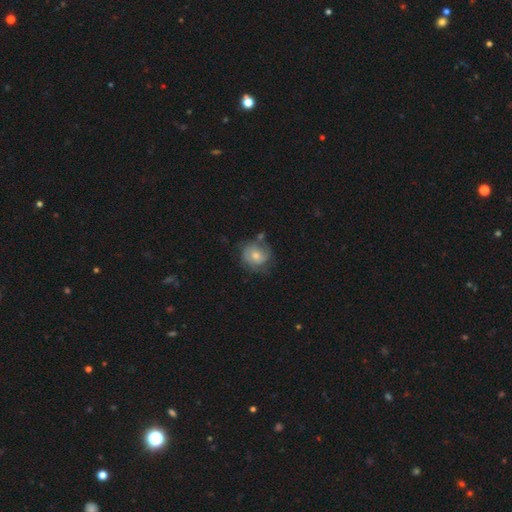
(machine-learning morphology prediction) smooth-or-featured: featured or disk: 47% | smooth: 45% | star or artifact: 7%
  merging: none: 56% | minor disturbance: 26% | major disturbance: 12% | merger: 6%